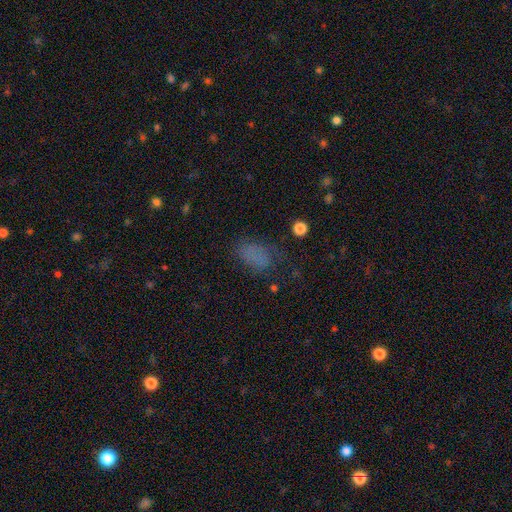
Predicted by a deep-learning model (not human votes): A smooth galaxy with no disk features (68%) that is in between round and cigar-shaped (88%).

Vote fractions:
- Smooth or featured? smooth: 68% / star or artifact: 18% / featured or disk: 13%
- How rounded? in between: 88% / round: 9% / cigar-shaped: 2%
- Merging? none: 52% / minor disturbance: 25% / major disturbance: 20% / merger: 3%